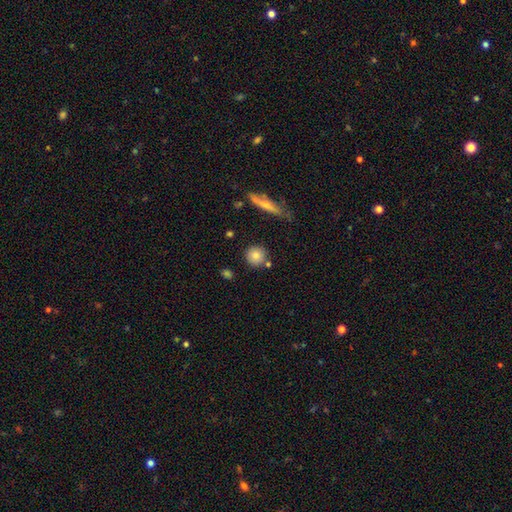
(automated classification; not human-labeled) Morphology: type=smooth (82%); roundness=round (90%); merging=none (79%).